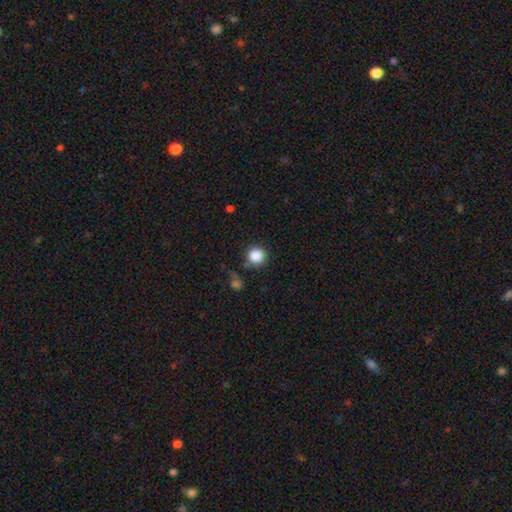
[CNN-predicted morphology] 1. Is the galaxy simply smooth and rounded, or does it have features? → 86% smooth, 10% star or artifact, 3% featured or disk.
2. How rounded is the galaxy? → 94% round, 5% in between, 1% cigar-shaped.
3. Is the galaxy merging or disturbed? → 83% none, 9% minor disturbance, 4% merger, 4% major disturbance.